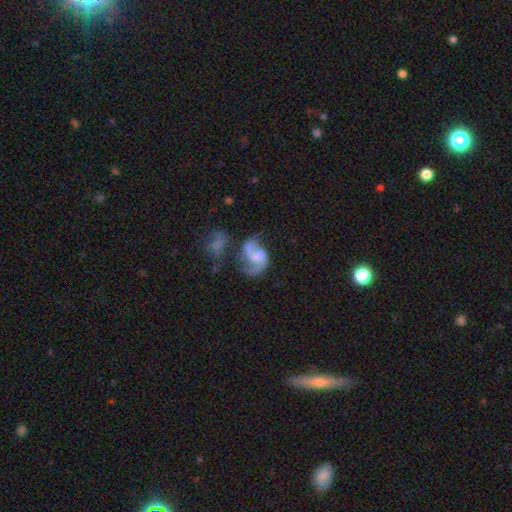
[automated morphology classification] This appears to be a featured or disk galaxy (74%) with no bar (53%), 2 (79%) loose (48%) spiral arms (88%) and no central bulge (47%). Merging: none (31%).